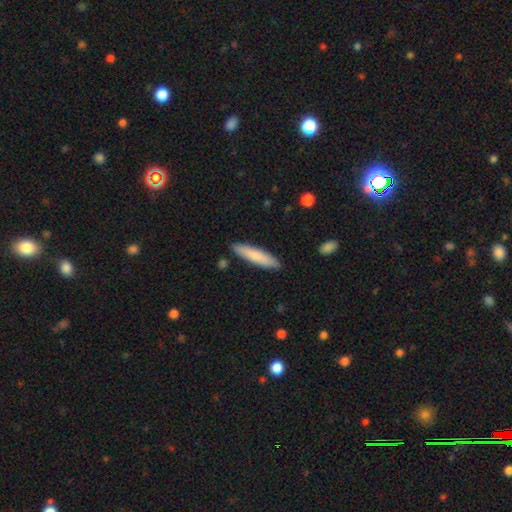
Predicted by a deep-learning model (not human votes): Morphology: type=smooth (79%); roundness=cigar-shaped (84%); merging=none (89%).